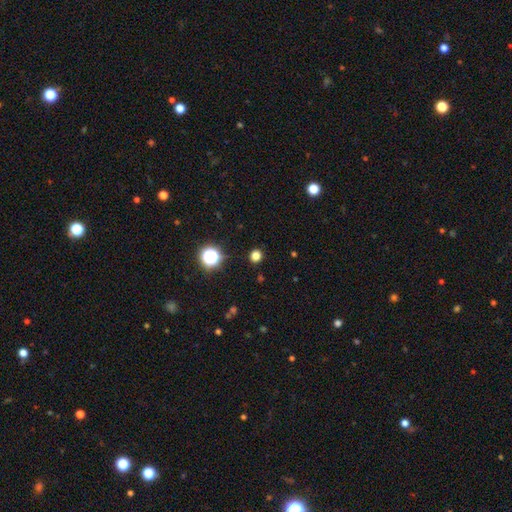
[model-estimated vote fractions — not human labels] smooth_or_featured: smooth (p=0.77) [alt: star or artifact p=0.19]
how_rounded: round (p=0.90) [alt: in between p=0.09]
merging: none (p=0.90) [alt: minor disturbance p=0.06]